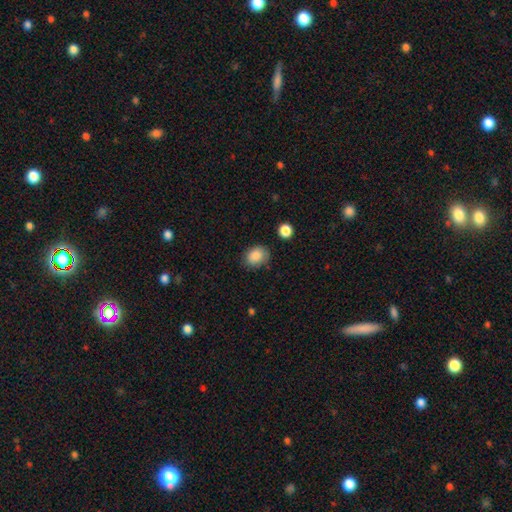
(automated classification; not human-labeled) Smooth or featured? Predicted: smooth (p=0.87). How rounded? Predicted: in between (p=0.55). Merging? Predicted: none (p=0.77).